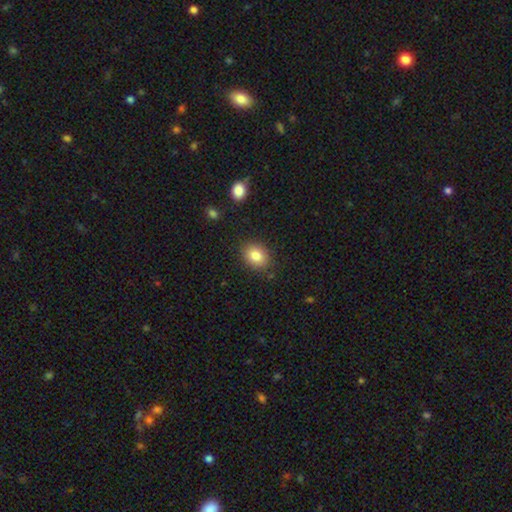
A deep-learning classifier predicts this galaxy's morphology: smooth-or-featured: smooth: 84% | star or artifact: 9% | featured or disk: 7%
  how-rounded: in between: 58% | round: 41% | cigar-shaped: 1%
  merging: none: 85% | minor disturbance: 11% | major disturbance: 3% | merger: 2%